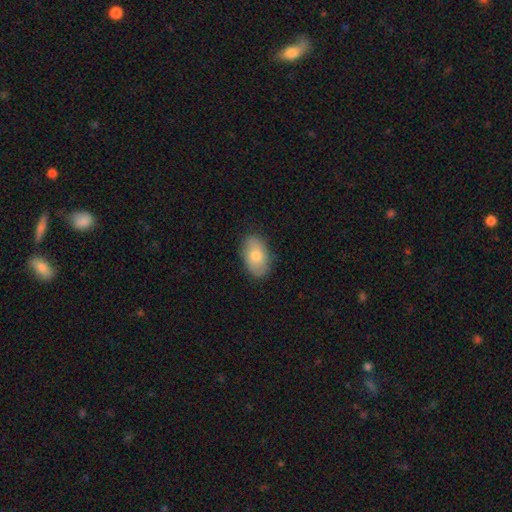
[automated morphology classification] Q: Smooth or featured?
A: smooth (78%); runner-up: featured or disk (16%)
Q: How rounded?
A: in between (92%); runner-up: round (7%)
Q: Merging?
A: none (86%); runner-up: minor disturbance (11%)